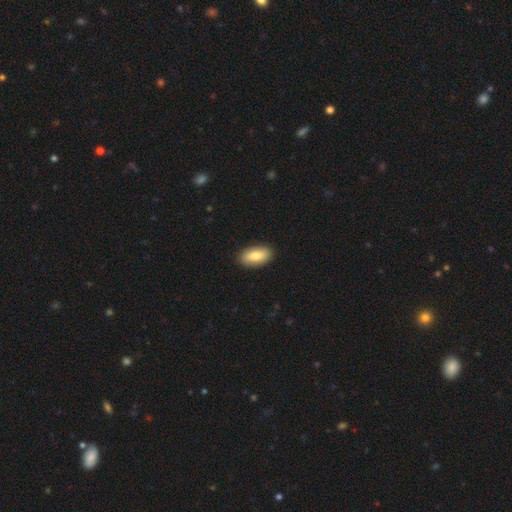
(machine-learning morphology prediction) A smooth galaxy with no disk features (79%) that is in between round and cigar-shaped (91%). Merging: none (90%).